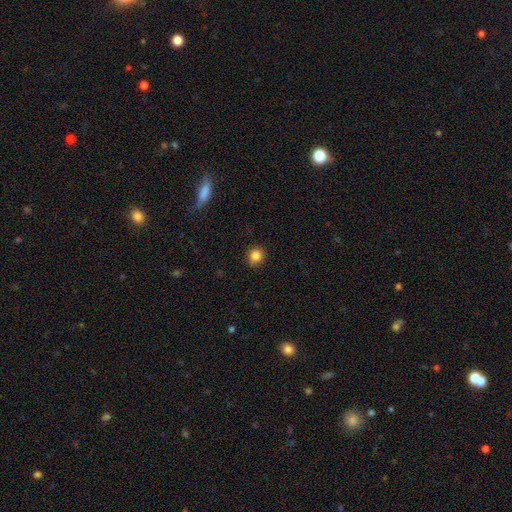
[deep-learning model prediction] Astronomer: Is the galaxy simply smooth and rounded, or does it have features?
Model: smooth — 85%.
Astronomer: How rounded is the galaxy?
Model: round — 89%.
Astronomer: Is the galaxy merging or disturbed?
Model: none — 82%.